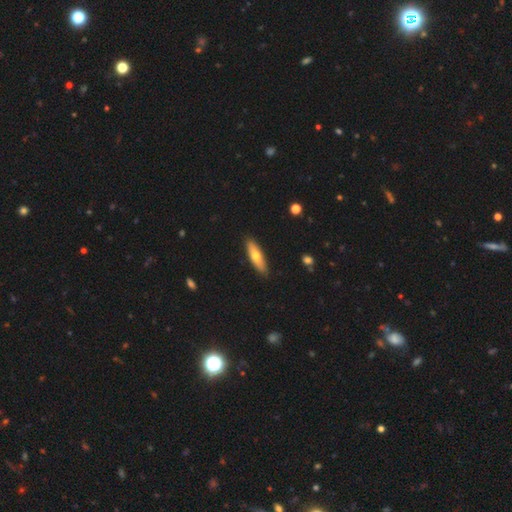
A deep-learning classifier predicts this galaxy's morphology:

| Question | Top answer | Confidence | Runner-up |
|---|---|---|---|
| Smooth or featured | smooth | 63% | featured or disk (32%) |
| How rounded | cigar-shaped | 59% | in between (39%) |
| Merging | none | 88% | minor disturbance (9%) |